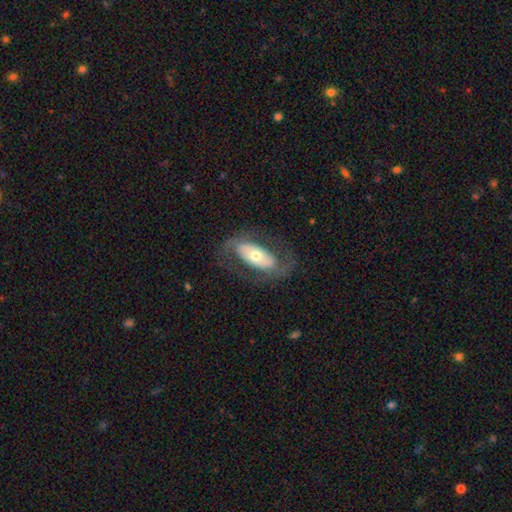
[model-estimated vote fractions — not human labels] Smooth or featured? featured or disk (63%)
Edge-on disk? no (90%)
Bar? no (56%)
Spiral arms? yes (63%)
Bulge size? moderate (51%)
Merging? none (72%)